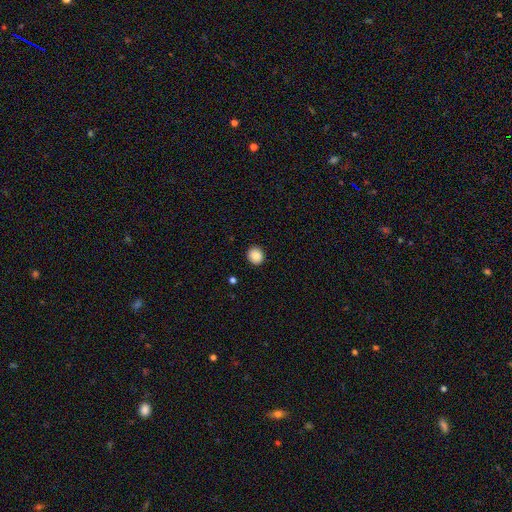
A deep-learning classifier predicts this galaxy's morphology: This is clearly a smooth galaxy (88%). How rounded: clearly round (82%). Merging: clearly none (92%).